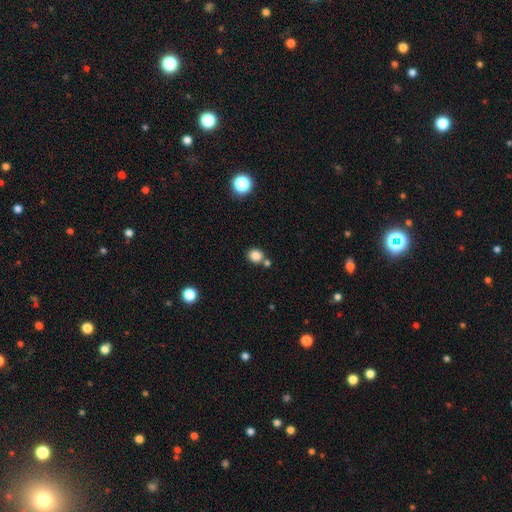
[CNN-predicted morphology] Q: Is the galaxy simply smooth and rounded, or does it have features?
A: smooth — 84%.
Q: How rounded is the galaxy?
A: round — 81%.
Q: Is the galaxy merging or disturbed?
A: none — 71%.